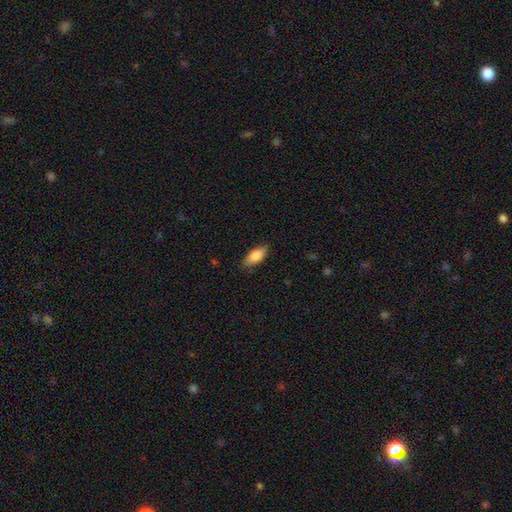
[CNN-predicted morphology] A smooth galaxy with no disk features (85%) that is in between round and cigar-shaped (81%). Merging: none (82%).